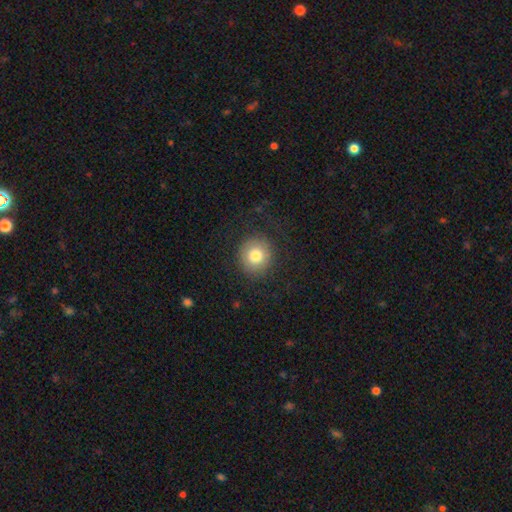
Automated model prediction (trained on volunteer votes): A smooth galaxy with no disk features (79%) that is round (92%). Merging: none (84%).